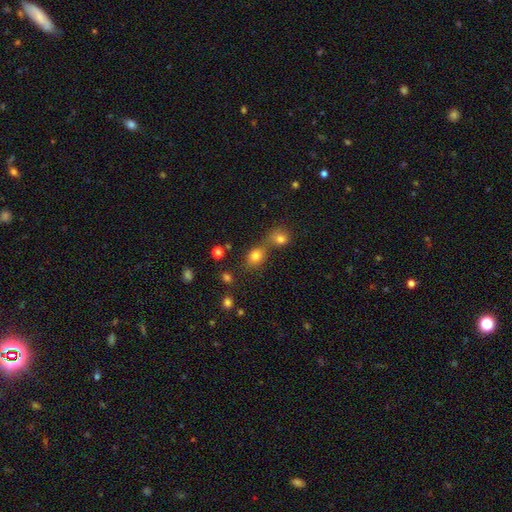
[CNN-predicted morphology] Smooth or featured?
  - smooth: 78% *
  - star or artifact: 13%
  - featured or disk: 8%
How rounded?
  - round: 51% *
  - in between: 48%
  - cigar-shaped: 2%
Merging?
  - none: 46% *
  - merger: 40%
  - minor disturbance: 10%
  - major disturbance: 5%